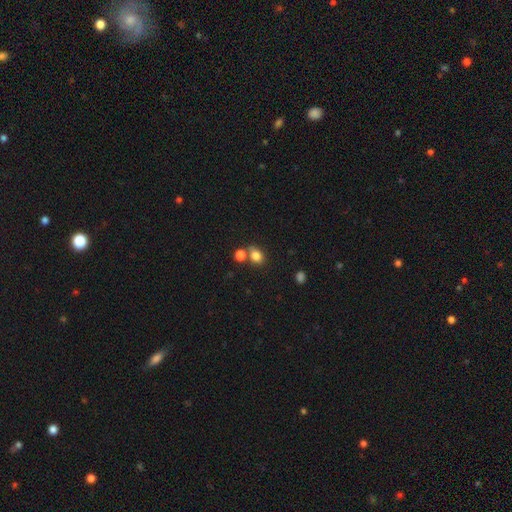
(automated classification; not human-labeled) Morphology: type=smooth (81%); roundness=in between (57%); merging=none (55%).